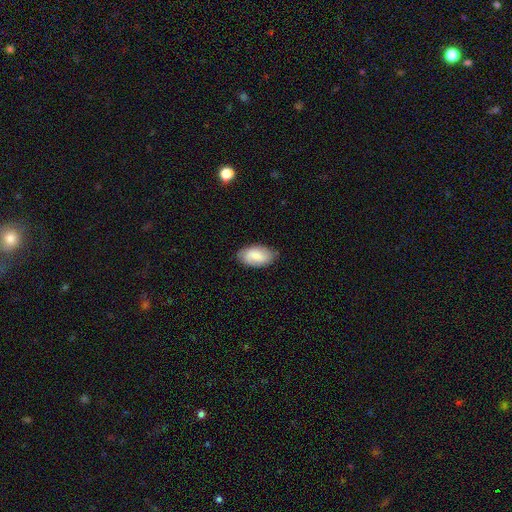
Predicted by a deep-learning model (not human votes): This appears to be a smooth galaxy with no disk features (73%) that is in between round and cigar-shaped (95%). Merging: none (77%).